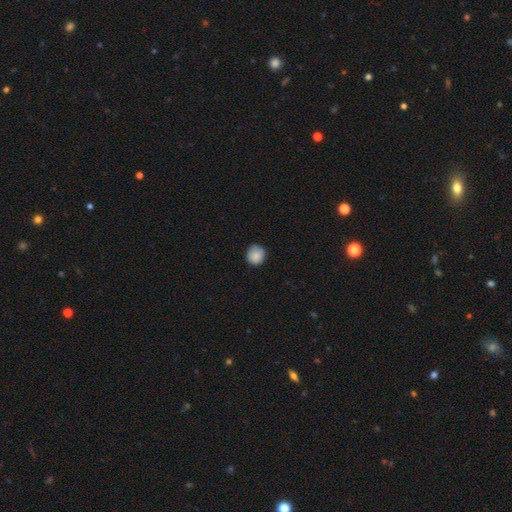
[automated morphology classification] Q: Smooth or featured?
A: smooth (86%); runner-up: star or artifact (8%)
Q: How rounded?
A: round (89%); runner-up: in between (10%)
Q: Merging?
A: none (80%); runner-up: minor disturbance (16%)